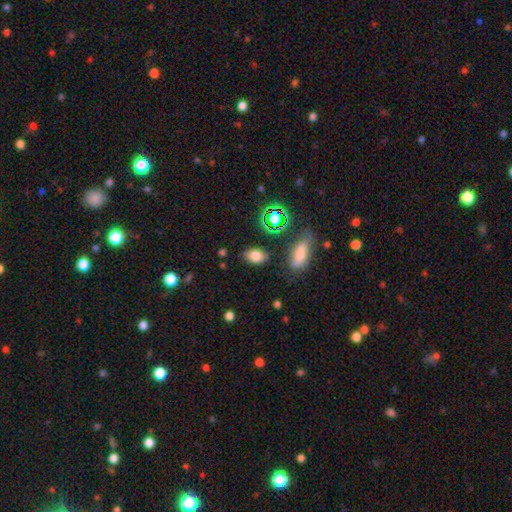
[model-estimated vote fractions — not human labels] Overall: smooth (76%). How rounded: in between (86%). Merging: none (80%).